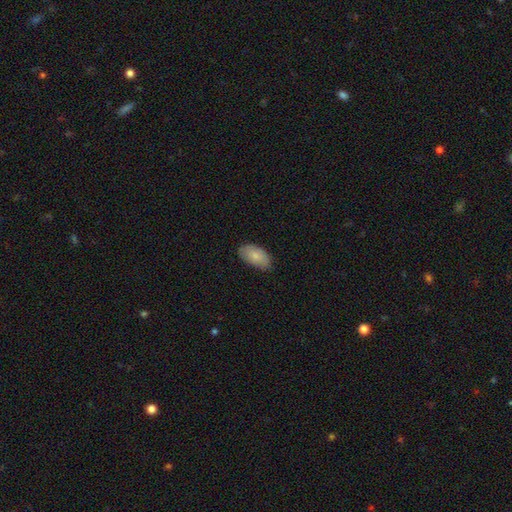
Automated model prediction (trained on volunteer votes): A smooth galaxy with no disk features (81%) that is in between round and cigar-shaped (95%).

Vote fractions:
- Smooth or featured? smooth: 81% / featured or disk: 13% / star or artifact: 6%
- How rounded? in between: 95% / round: 3% / cigar-shaped: 2%
- Merging? none: 78% / minor disturbance: 18% / major disturbance: 3% / merger: 1%